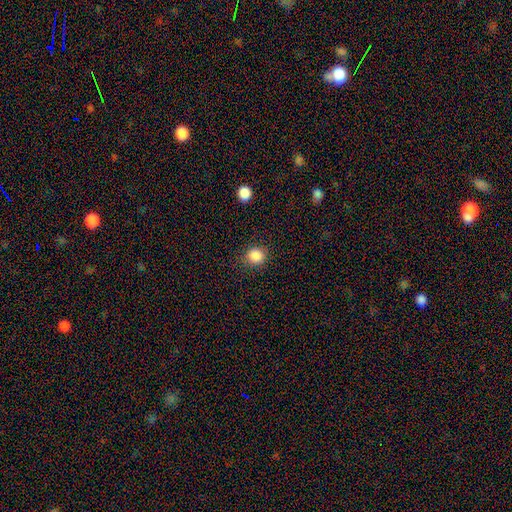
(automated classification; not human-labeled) This is clearly a smooth galaxy (87%). How rounded: clearly round (84%). Merging: clearly none (85%).